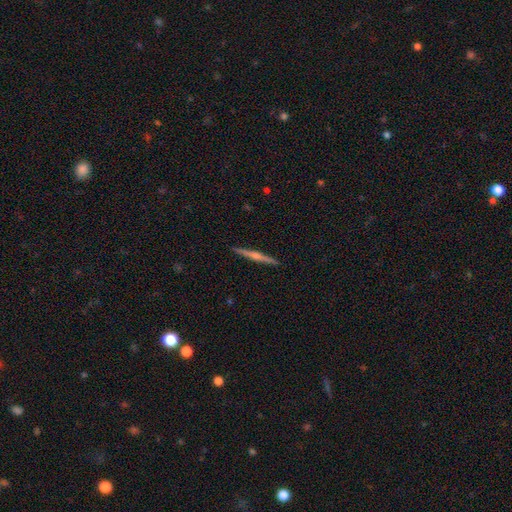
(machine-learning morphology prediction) Q: Smooth or featured?
A: featured or disk (73%); runner-up: smooth (21%)
Q: Edge-on disk?
A: yes (98%); runner-up: no (2%)
Q: Edge-on bulge?
A: rounded (76%); runner-up: none (18%)
Q: Merging?
A: none (92%); runner-up: minor disturbance (6%)